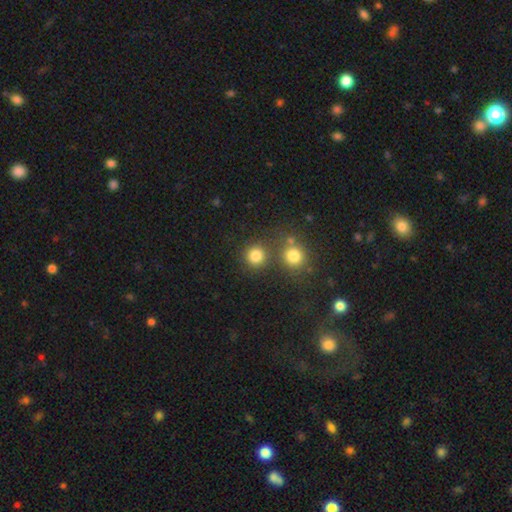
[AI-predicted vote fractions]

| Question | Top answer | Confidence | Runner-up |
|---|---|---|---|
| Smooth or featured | smooth | 81% | star or artifact (13%) |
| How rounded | round | 91% | in between (8%) |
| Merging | none | 71% | merger (18%) |